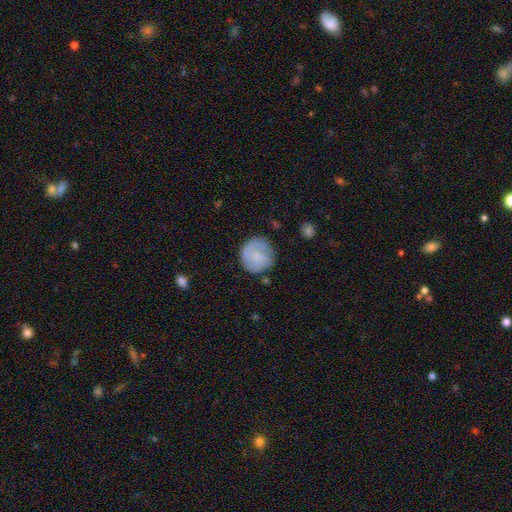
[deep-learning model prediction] This is possibly a smooth galaxy (57%). How rounded: clearly round (89%). Merging: likely none (67%).